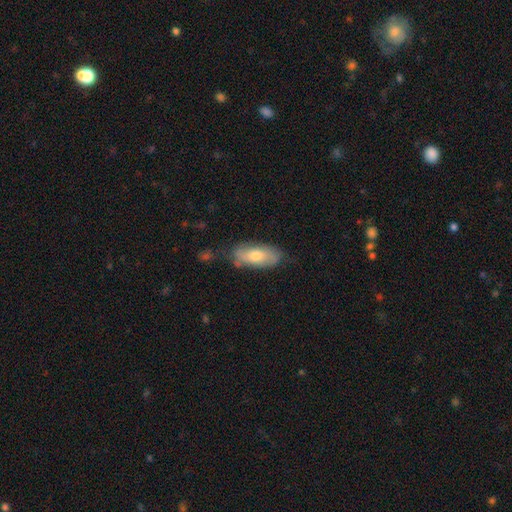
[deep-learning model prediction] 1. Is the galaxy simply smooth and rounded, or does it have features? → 66% smooth, 28% featured or disk, 6% star or artifact.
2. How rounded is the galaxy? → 82% in between, 15% cigar-shaped, 3% round.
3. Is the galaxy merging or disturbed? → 69% none, 23% minor disturbance, 5% major disturbance, 3% merger.